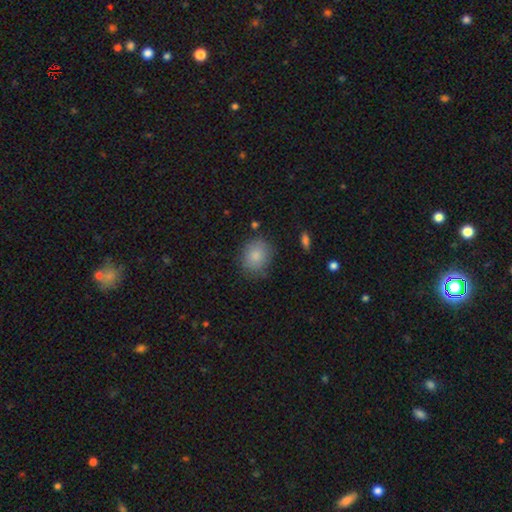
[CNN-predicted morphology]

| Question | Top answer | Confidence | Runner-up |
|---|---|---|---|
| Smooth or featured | smooth | 84% | featured or disk (8%) |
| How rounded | round | 52% | in between (47%) |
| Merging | none | 79% | minor disturbance (15%) |